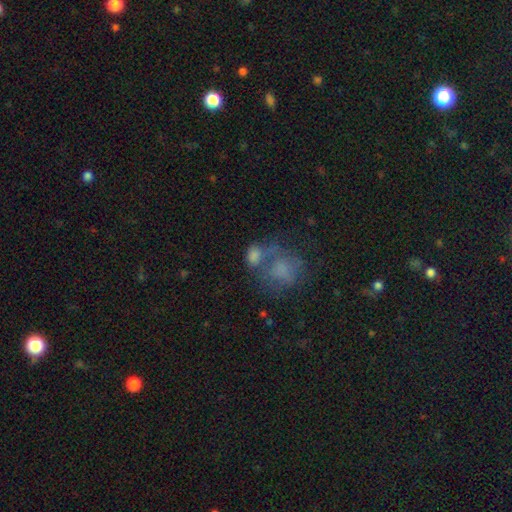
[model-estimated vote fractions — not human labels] Q: Smooth or featured?
A: smooth (61%); runner-up: featured or disk (25%)
Q: How rounded?
A: round (49%); tied with: in between (49%)
Q: Merging?
A: merger (43%); runner-up: none (29%)